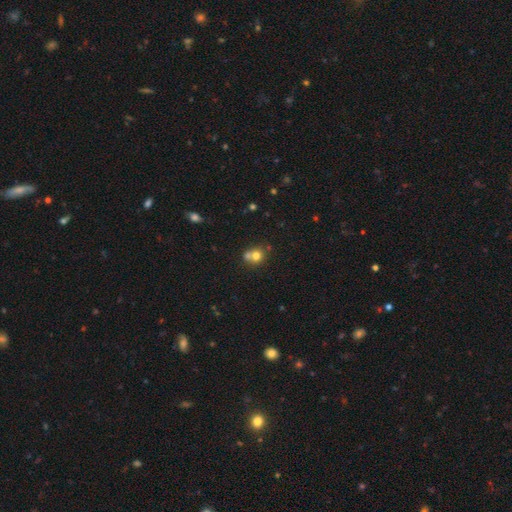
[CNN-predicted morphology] Smooth or featured?
  - smooth: 72% *
  - featured or disk: 15%
  - star or artifact: 13%
How rounded?
  - round: 79% *
  - in between: 21%
  - cigar-shaped: 1%
Merging?
  - merger: 46% *
  - none: 42%
  - minor disturbance: 8%
  - major disturbance: 3%